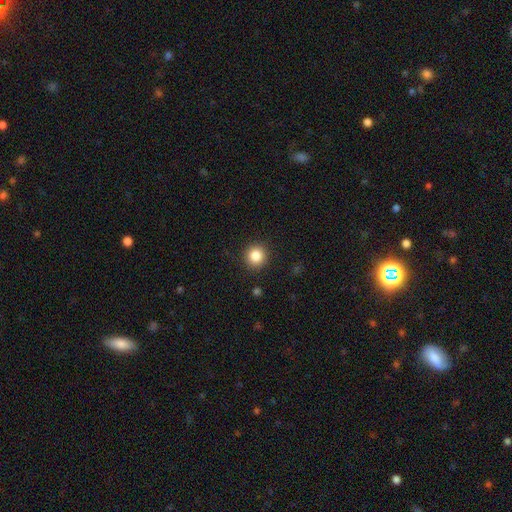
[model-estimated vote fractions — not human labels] The model was most divided on "smooth or featured": smooth: 85%, star or artifact: 11%, featured or disk: 5%. More confident: how rounded — round (93%); merging — none (91%).